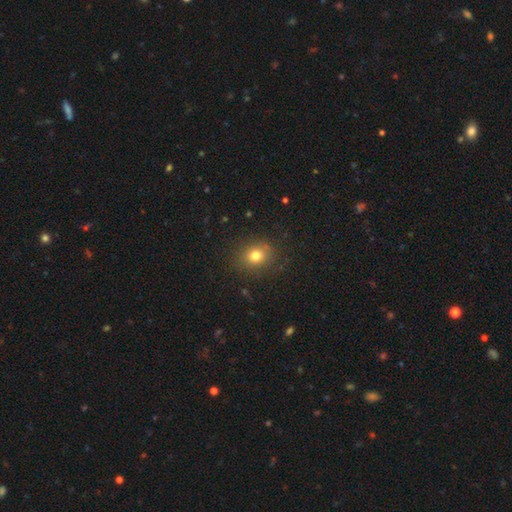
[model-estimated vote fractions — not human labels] Smooth or featured: smooth — 77% (star or artifact — 14%)
How rounded: round — 68% (in between — 31%)
Merging: none — 85% (minor disturbance — 10%)